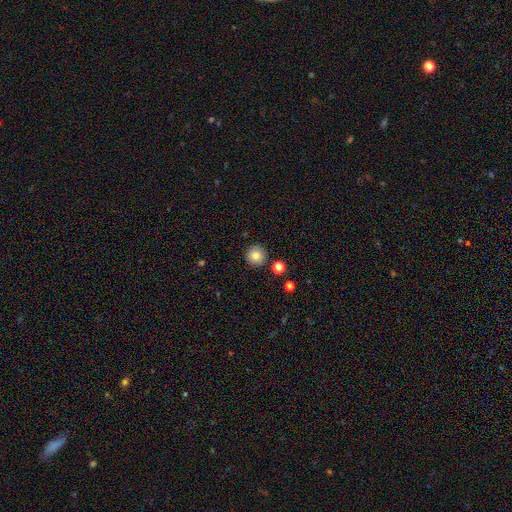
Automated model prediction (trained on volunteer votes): Morphology: type=smooth (83%); roundness=round (95%); merging=none (89%).